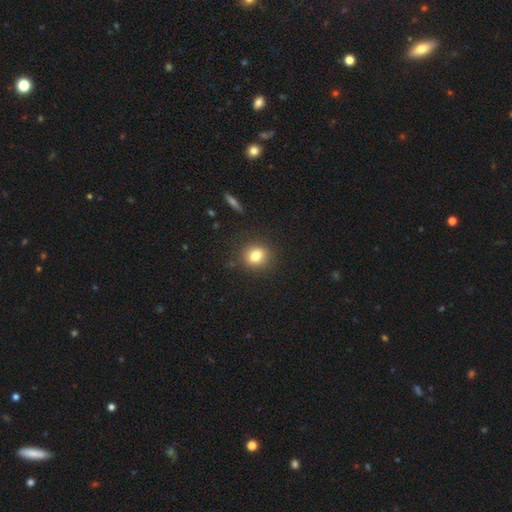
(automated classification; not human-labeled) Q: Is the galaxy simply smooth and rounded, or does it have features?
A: smooth — 80%.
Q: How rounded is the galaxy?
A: round — 73%.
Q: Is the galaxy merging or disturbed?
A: none — 87%.